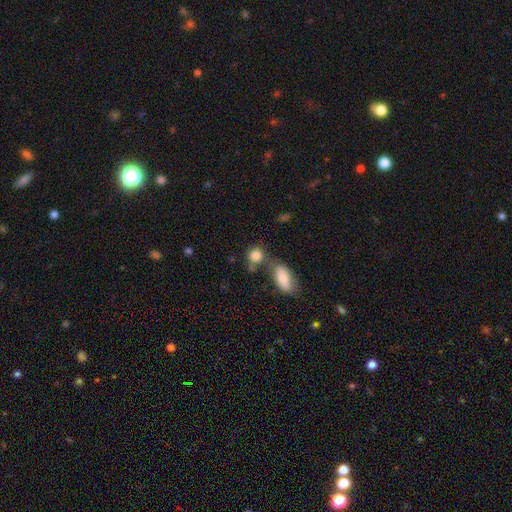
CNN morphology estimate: smooth 84%, star or artifact 9%, featured or disk 7%. Down the decision tree: how rounded — round (72%); merging — none (52%).